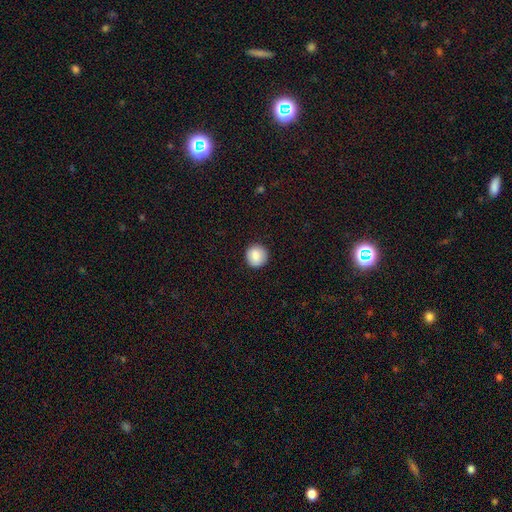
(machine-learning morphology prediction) Smooth or featured: smooth — 86% (star or artifact — 8%)
How rounded: round — 94% (in between — 5%)
Merging: none — 91% (minor disturbance — 7%)